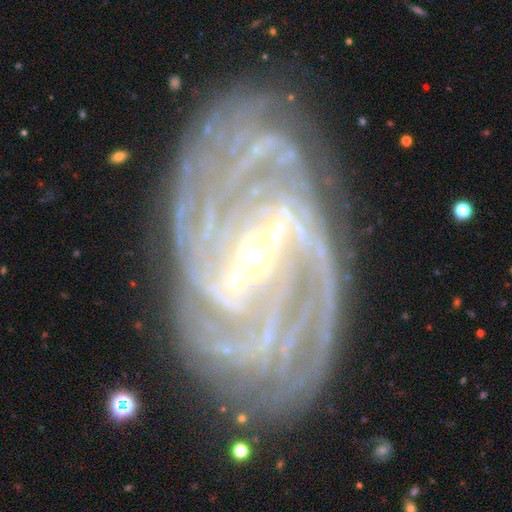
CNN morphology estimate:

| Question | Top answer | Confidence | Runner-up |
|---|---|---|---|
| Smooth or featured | featured or disk | 93% | star or artifact (5%) |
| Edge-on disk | no | 97% | yes (3%) |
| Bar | strong | 64% | weak (28%) |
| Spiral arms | yes | 98% | no (2%) |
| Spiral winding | tight | 59% | medium (33%) |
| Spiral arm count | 4 | 27% | can't tell (18%) |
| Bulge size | small | 76% | moderate (20%) |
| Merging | none | 80% | minor disturbance (13%) |